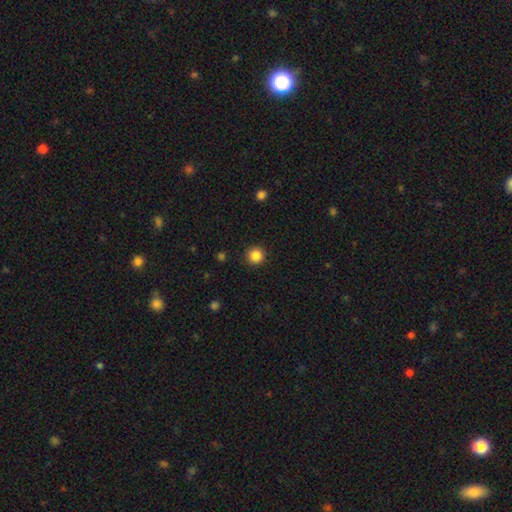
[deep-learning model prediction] Morphology: type=smooth (86%); roundness=round (95%); merging=none (92%).